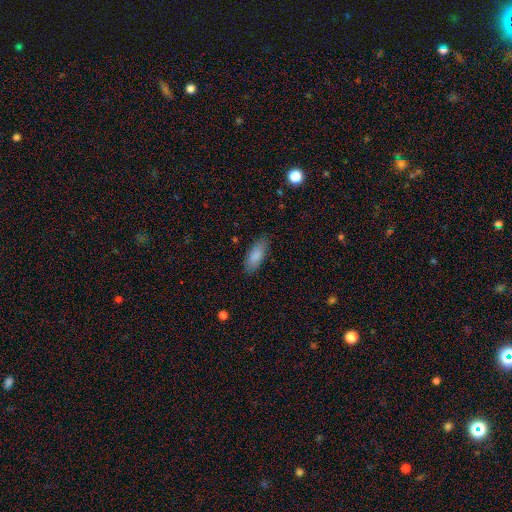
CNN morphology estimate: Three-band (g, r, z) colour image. It shows a smooth galaxy with no disk features (86%) that is in between round and cigar-shaped (77%). Merging: none (82%).